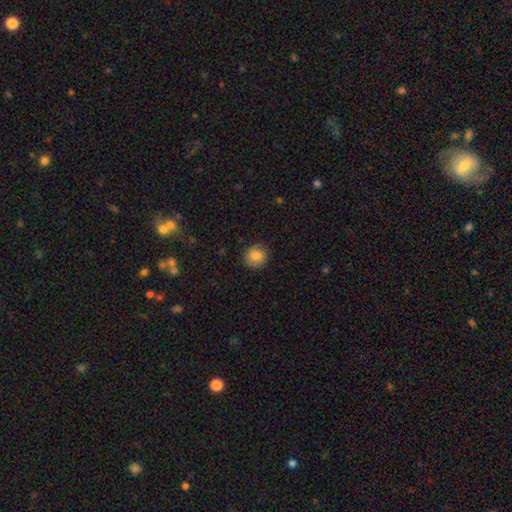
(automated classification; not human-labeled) Smooth or featured? smooth (81%)
How rounded? round (85%)
Merging? none (85%)